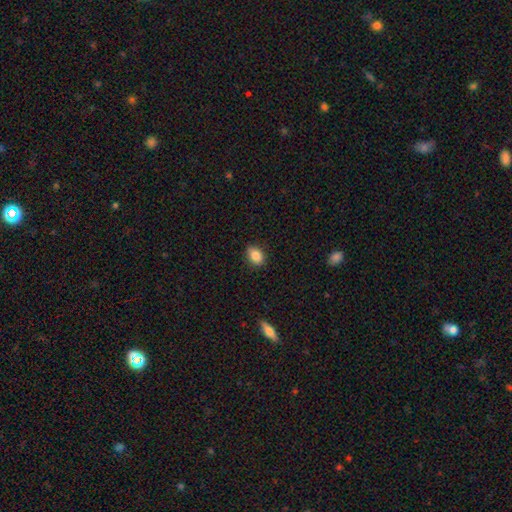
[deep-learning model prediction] This appears to be a smooth galaxy with no disk features (86%) that is in between round and cigar-shaped (73%). Merging: none (88%).